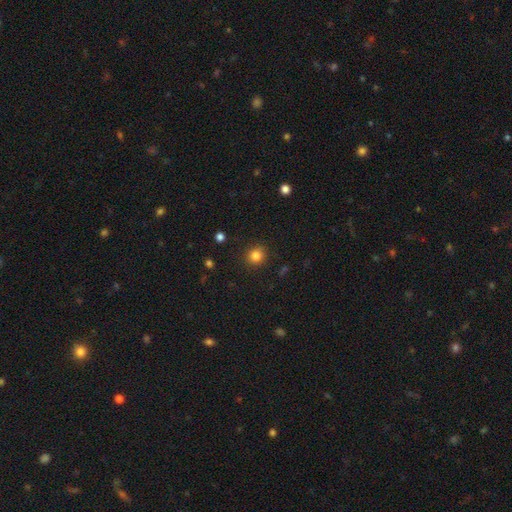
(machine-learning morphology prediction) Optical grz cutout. It shows a smooth galaxy with no disk features (84%) that is round (90%). Merging: none (89%).